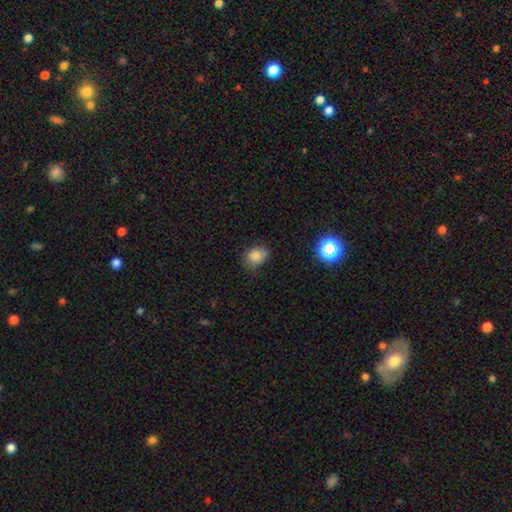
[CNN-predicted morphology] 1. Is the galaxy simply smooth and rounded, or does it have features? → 81% smooth, 12% star or artifact, 7% featured or disk.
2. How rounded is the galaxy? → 53% round, 46% in between, 1% cigar-shaped.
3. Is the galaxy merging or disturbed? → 66% none, 26% minor disturbance, 6% major disturbance, 2% merger.